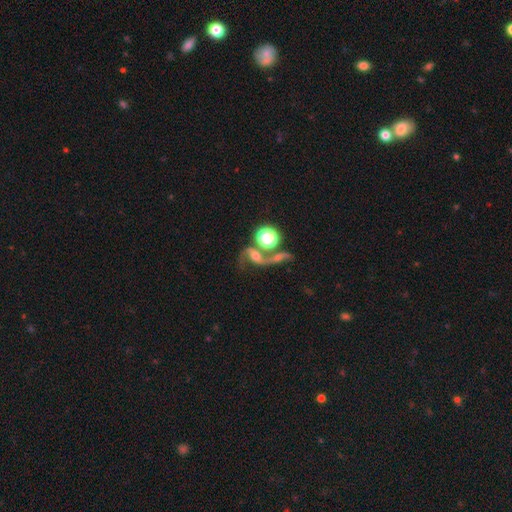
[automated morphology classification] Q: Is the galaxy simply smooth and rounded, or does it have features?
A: featured or disk — 71%.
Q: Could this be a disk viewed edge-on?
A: no — 95%.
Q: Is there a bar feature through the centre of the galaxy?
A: no — 48%.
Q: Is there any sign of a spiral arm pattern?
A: yes — 92%.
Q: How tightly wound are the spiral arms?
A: loose — 76%.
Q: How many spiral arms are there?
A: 2 — 85%.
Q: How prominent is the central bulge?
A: moderate — 50%.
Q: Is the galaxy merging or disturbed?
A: none — 37%.